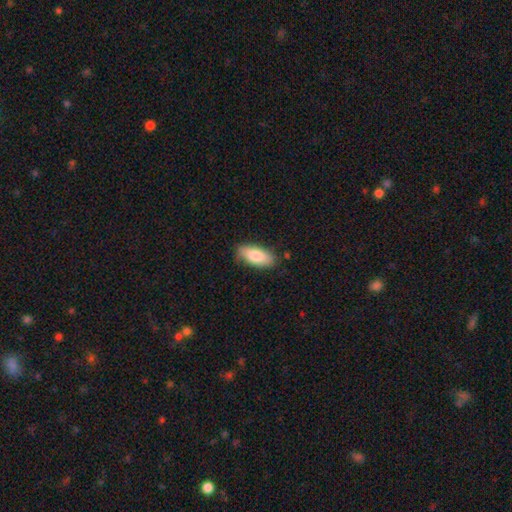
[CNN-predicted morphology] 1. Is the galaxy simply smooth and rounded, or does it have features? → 82% smooth, 12% featured or disk, 6% star or artifact.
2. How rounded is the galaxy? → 86% in between, 12% cigar-shaped, 2% round.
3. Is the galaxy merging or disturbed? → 78% none, 17% minor disturbance, 3% major disturbance, 1% merger.